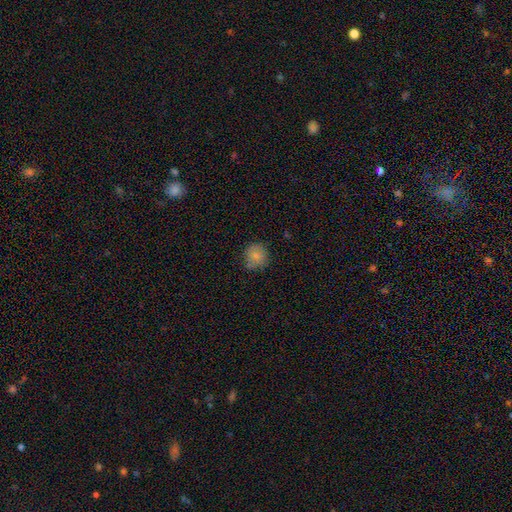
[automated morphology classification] Smooth or featured? smooth (82%)
How rounded? round (86%)
Merging? none (75%)